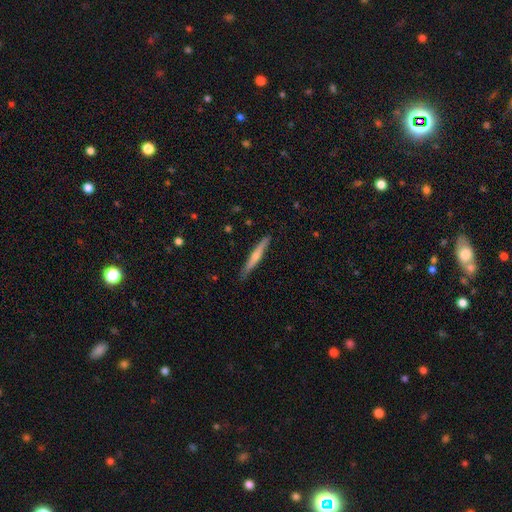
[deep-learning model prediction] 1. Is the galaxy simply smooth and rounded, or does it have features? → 57% featured or disk, 37% smooth, 6% star or artifact.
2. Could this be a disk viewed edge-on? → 96% yes, 4% no.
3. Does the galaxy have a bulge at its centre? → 72% rounded, 24% none, 4% boxy.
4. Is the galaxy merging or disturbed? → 88% none, 9% minor disturbance, 2% major disturbance, 1% merger.